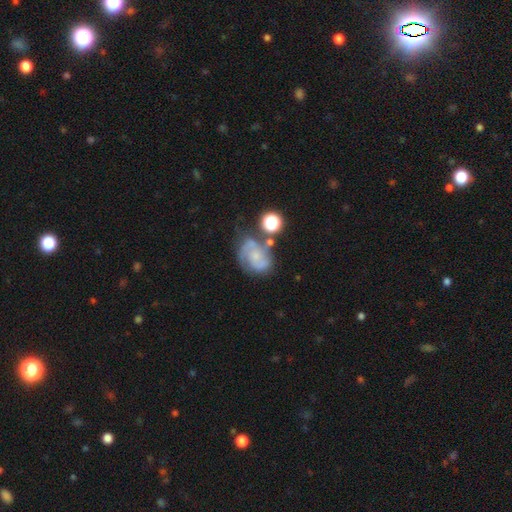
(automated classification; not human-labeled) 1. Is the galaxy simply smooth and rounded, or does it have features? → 78% featured or disk, 13% smooth, 9% star or artifact.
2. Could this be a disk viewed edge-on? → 98% no, 2% yes.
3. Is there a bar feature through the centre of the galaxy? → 61% no, 32% weak, 6% strong.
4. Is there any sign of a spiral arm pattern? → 94% yes, 6% no.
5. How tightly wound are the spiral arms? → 50% medium, 36% tight, 15% loose.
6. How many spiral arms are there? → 74% 2, 10% can't tell, 9% 3, 3% 1, 2% 4, 2% more than 4.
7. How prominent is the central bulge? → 56% small, 21% moderate, 19% none, 2% large, 1% dominant.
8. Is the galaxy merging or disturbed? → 53% none, 21% minor disturbance, 14% merger, 12% major disturbance.